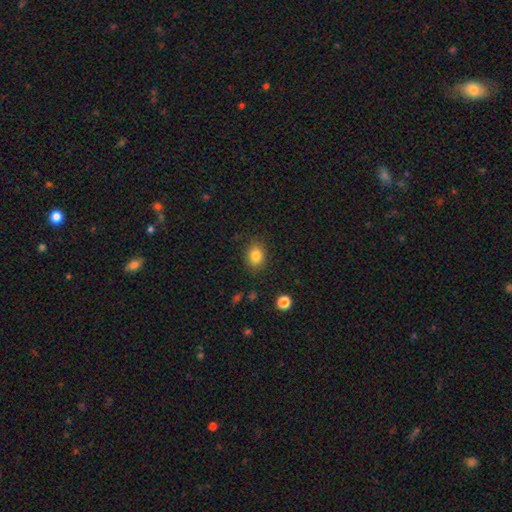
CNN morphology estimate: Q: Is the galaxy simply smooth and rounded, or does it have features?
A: smooth — 84%.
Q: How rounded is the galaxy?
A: in between — 57%.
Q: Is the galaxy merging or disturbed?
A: none — 85%.